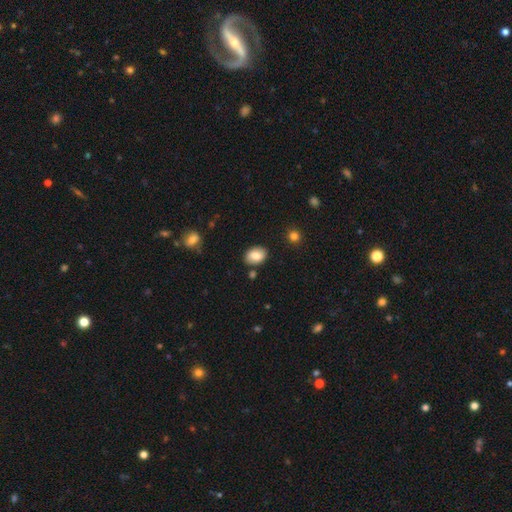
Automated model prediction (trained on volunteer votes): A smooth galaxy with no disk features (80%) that is in between round and cigar-shaped (71%).

Vote fractions:
- Smooth or featured? smooth: 80% / featured or disk: 12% / star or artifact: 8%
- How rounded? in between: 71% / round: 28% / cigar-shaped: 1%
- Merging? none: 84% / minor disturbance: 11% / merger: 3% / major disturbance: 2%